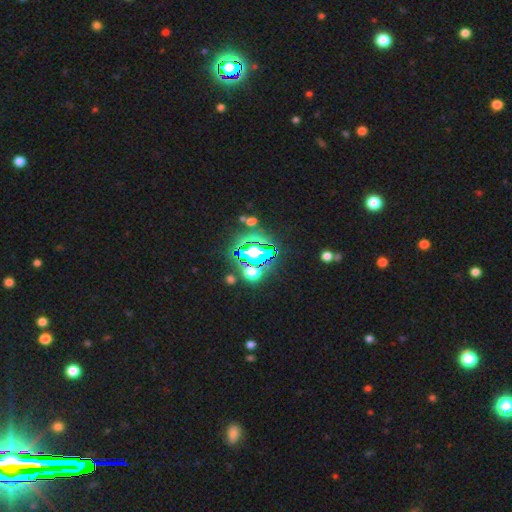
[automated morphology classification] A star or artifact, not a galaxy (77%).